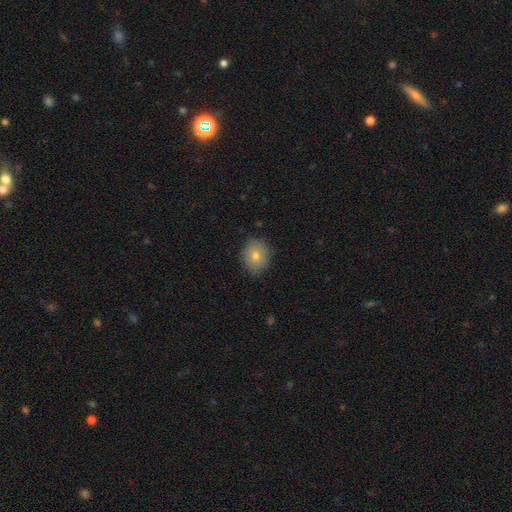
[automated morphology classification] This appears to be a smooth galaxy with no disk features (74%) that is round (74%). Merging: none (84%).